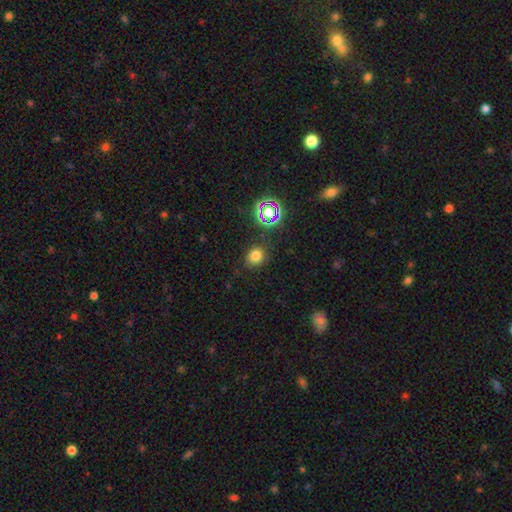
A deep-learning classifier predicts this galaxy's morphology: Smooth or featured? Predicted: smooth (p=0.73). How rounded? Predicted: round (p=0.66). Merging? Predicted: none (p=0.80).